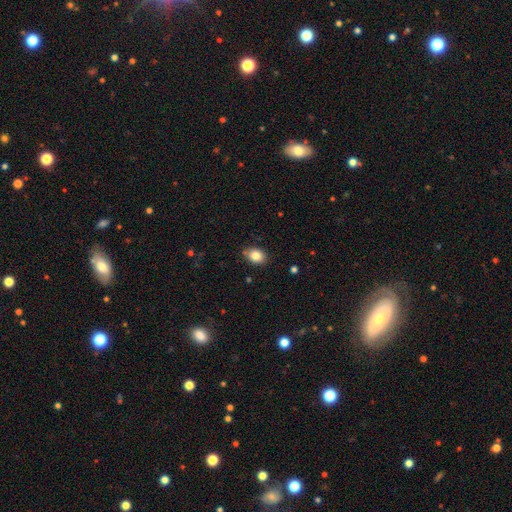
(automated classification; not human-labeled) Overall: smooth (84%). How rounded: in between (70%). Merging: none (83%).